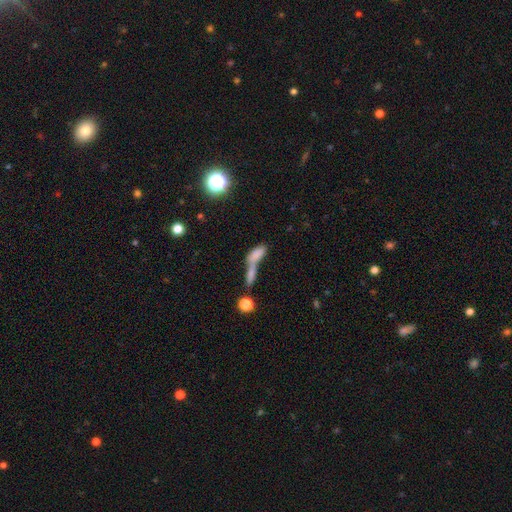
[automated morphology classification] This appears to be a smooth galaxy with no disk features (72%) that is in between round and cigar-shaped (62%). Merging: merger (68%).